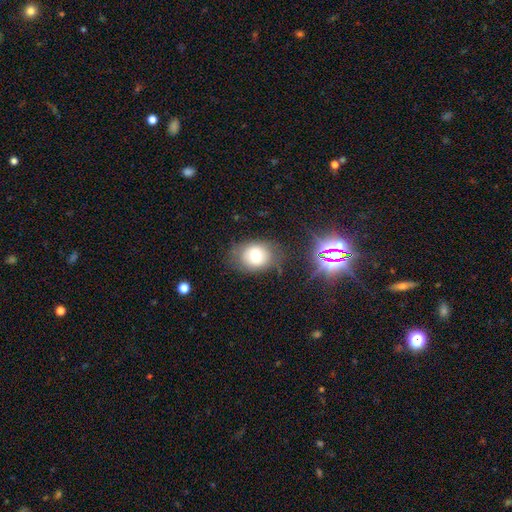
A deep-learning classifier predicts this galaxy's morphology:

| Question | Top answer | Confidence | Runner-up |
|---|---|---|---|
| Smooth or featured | smooth | 69% | featured or disk (16%) |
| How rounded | in between | 51% | round (48%) |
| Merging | none | 71% | minor disturbance (19%) |